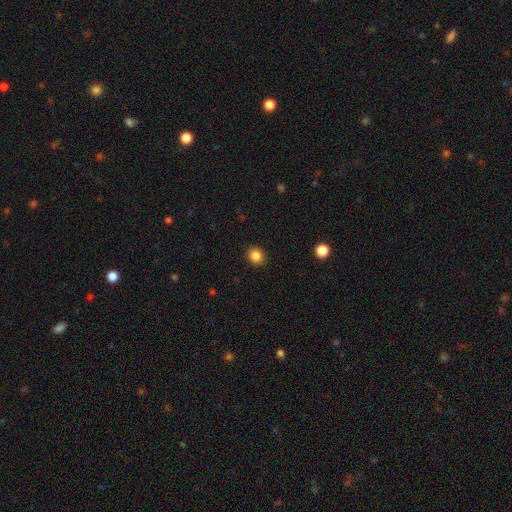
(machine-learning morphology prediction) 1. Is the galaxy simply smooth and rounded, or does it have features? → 85% smooth, 11% star or artifact, 4% featured or disk.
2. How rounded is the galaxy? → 75% round, 24% in between, 1% cigar-shaped.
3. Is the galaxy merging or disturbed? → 91% none, 6% minor disturbance, 2% major disturbance, 1% merger.